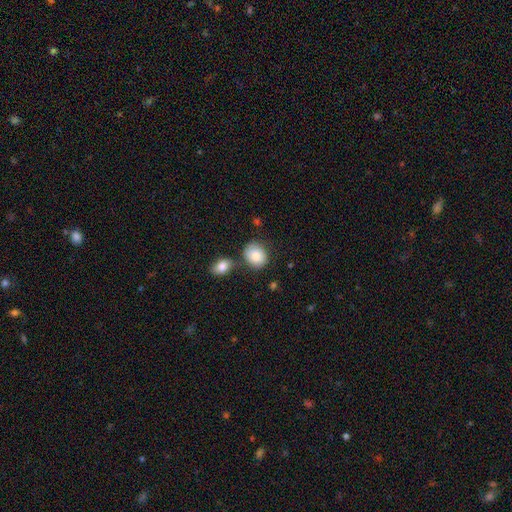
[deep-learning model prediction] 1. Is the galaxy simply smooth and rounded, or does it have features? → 85% smooth, 8% featured or disk, 7% star or artifact.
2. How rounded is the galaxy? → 52% round, 47% in between, 1% cigar-shaped.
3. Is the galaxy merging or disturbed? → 65% none, 15% minor disturbance, 15% merger, 4% major disturbance.